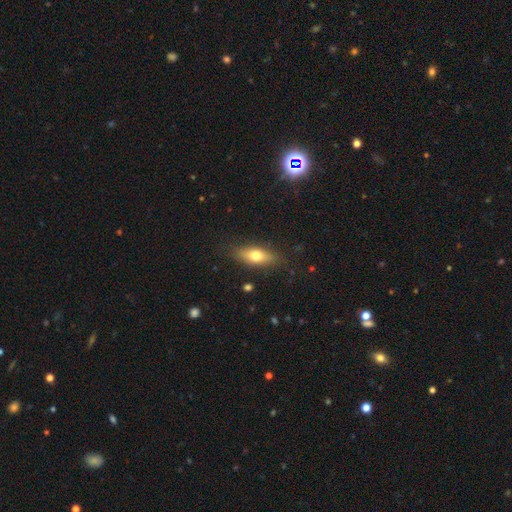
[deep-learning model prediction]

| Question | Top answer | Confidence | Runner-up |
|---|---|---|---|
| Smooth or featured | smooth | 66% | featured or disk (27%) |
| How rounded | in between | 67% | cigar-shaped (28%) |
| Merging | none | 83% | minor disturbance (12%) |